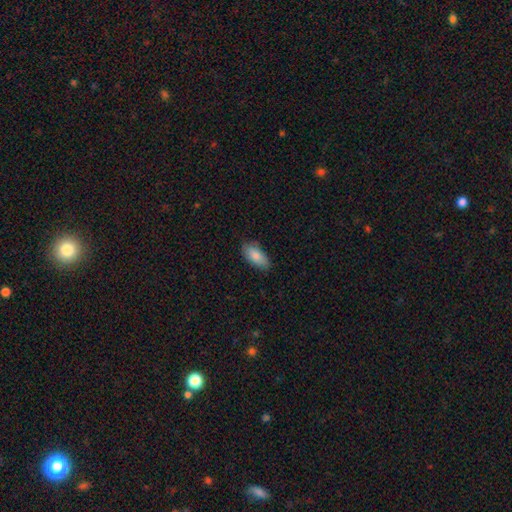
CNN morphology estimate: smooth-or-featured: smooth: 84% | featured or disk: 10% | star or artifact: 6%
  how-rounded: in between: 91% | cigar-shaped: 7% | round: 2%
  merging: none: 79% | minor disturbance: 18% | major disturbance: 3% | merger: 1%